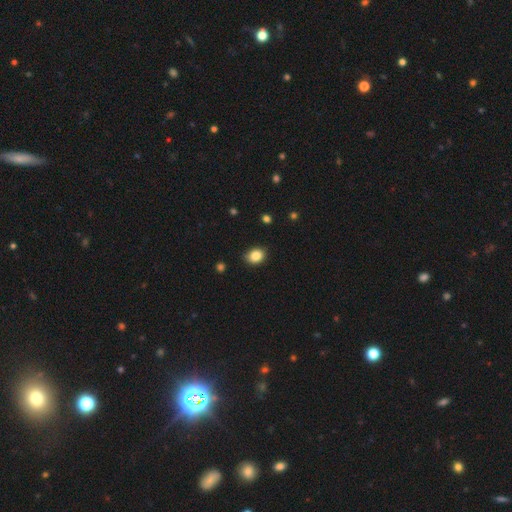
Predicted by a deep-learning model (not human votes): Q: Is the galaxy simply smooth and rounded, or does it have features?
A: smooth — 85%.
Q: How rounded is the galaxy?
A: in between — 51%.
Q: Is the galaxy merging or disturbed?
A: none — 83%.